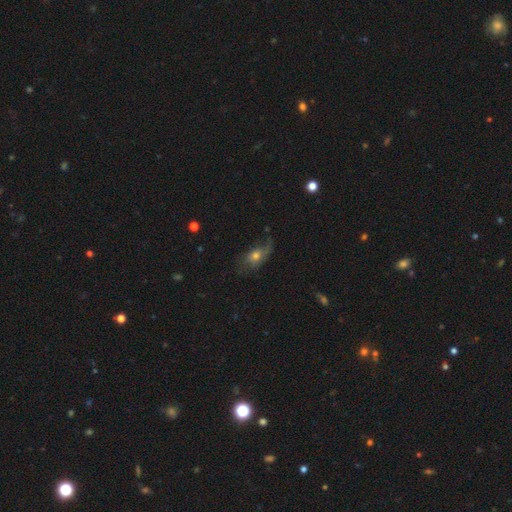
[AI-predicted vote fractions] Q: Smooth or featured?
A: featured or disk (50%); runner-up: smooth (39%)
Q: Edge-on disk?
A: no (88%); runner-up: yes (12%)
Q: Merging?
A: none (52%); runner-up: minor disturbance (26%)